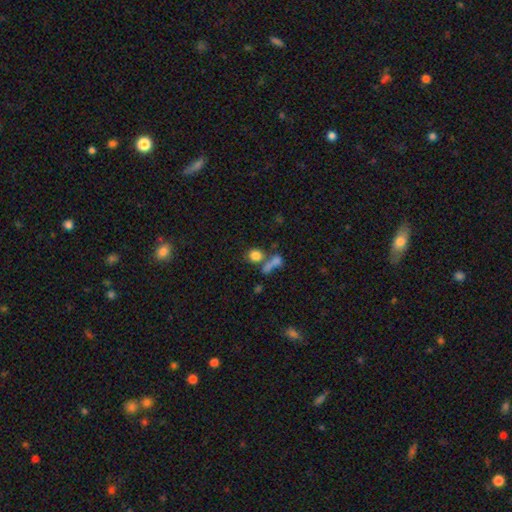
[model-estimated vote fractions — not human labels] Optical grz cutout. It shows a smooth galaxy with no disk features (79%) that is round (83%). Merging: none (55%).